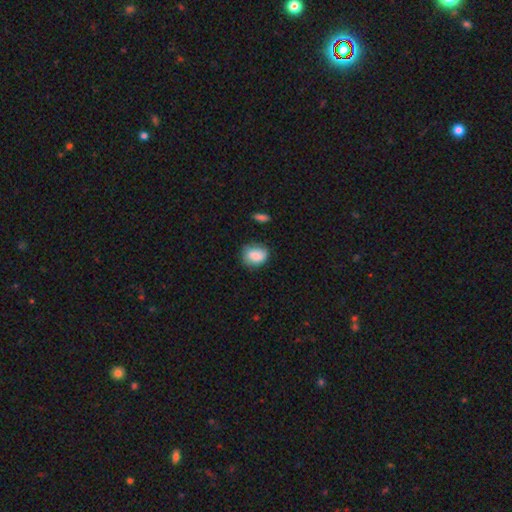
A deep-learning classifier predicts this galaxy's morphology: smooth 84%, featured or disk 8%, star or artifact 8%. Down the decision tree: how rounded — in between (51%); merging — none (63%).